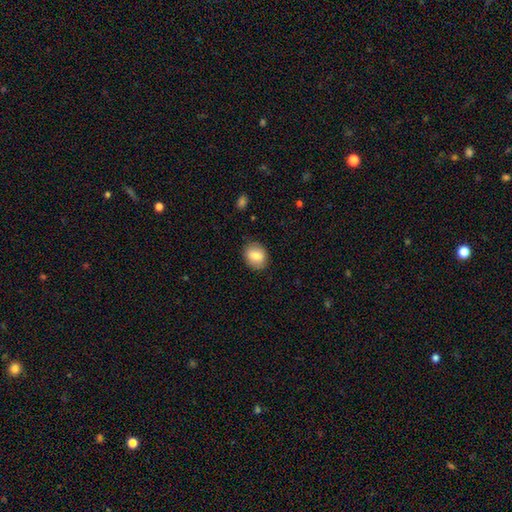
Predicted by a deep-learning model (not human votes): smooth 80%, featured or disk 12%, star or artifact 8%. Down the decision tree: how rounded — in between (53%); merging — none (85%).